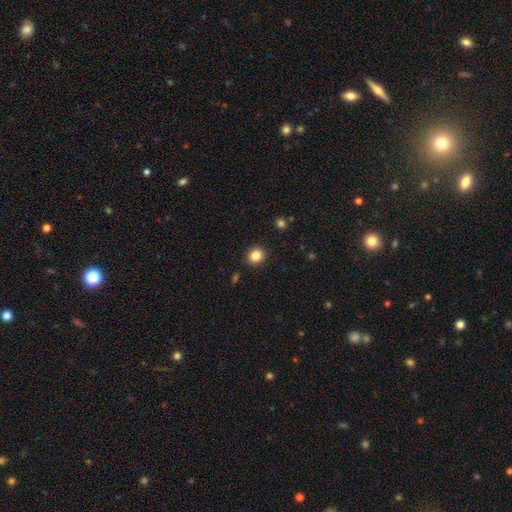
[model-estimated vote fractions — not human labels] This appears to be a smooth galaxy with no disk features (84%) that is round (78%). Merging: none (91%).